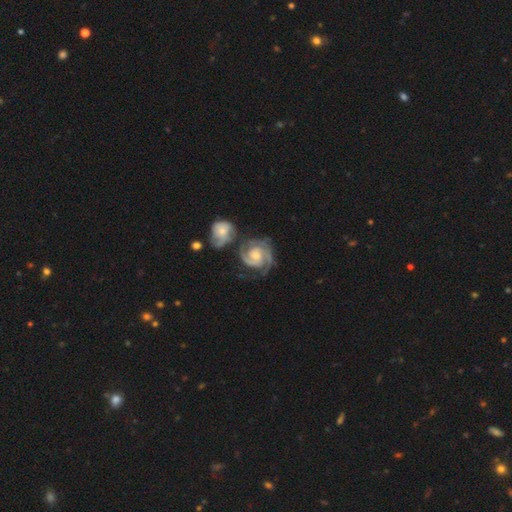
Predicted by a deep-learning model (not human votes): Smooth or featured? featured or disk (90%)
Edge-on disk? no (98%)
Bar? no (63%)
Spiral arms? yes (98%)
Spiral winding? tight (61%)
Spiral arm count? 2 (68%)
Bulge size? moderate (52%)
Merging? none (46%)